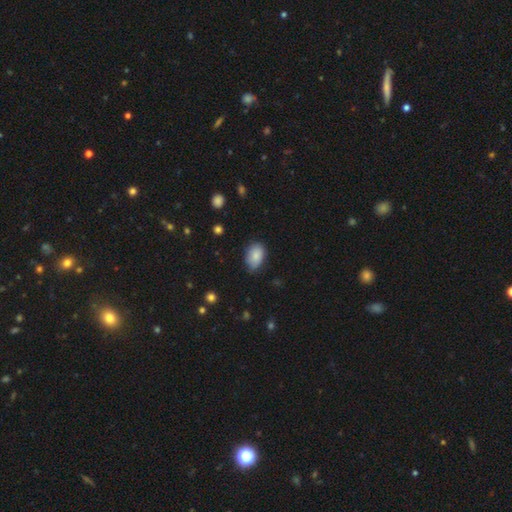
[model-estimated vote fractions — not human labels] A smooth galaxy with no disk features (86%) that is in between round and cigar-shaped (89%).

Vote fractions:
- Smooth or featured? smooth: 86% / star or artifact: 7% / featured or disk: 7%
- How rounded? in between: 89% / round: 10% / cigar-shaped: 1%
- Merging? none: 75% / minor disturbance: 20% / major disturbance: 3% / merger: 1%